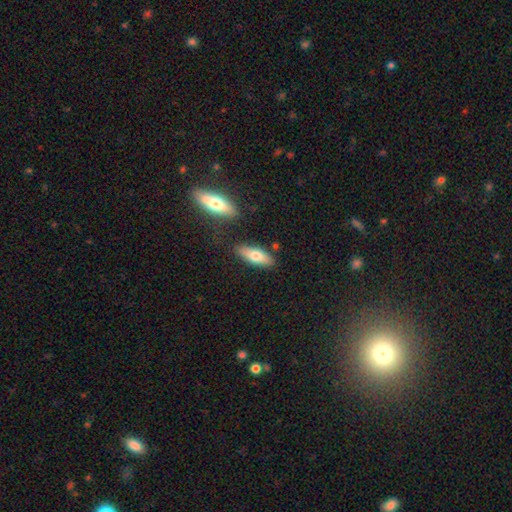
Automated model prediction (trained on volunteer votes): smooth-or-featured: smooth: 73% | featured or disk: 21% | star or artifact: 6%
  how-rounded: in between: 68% | cigar-shaped: 29% | round: 3%
  merging: none: 81% | minor disturbance: 11% | merger: 5% | major disturbance: 3%